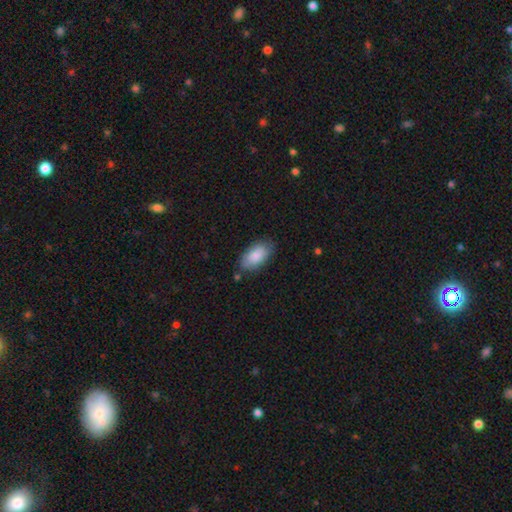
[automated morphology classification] A smooth galaxy with no disk features (84%) that is in between round and cigar-shaped (94%). Merging: none (77%).